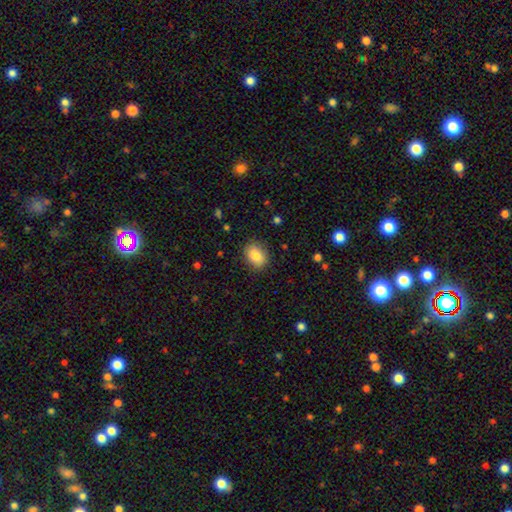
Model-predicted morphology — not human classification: Q: Smooth or featured?
A: smooth (85%); runner-up: star or artifact (8%)
Q: How rounded?
A: in between (66%); runner-up: round (33%)
Q: Merging?
A: none (85%); runner-up: minor disturbance (11%)